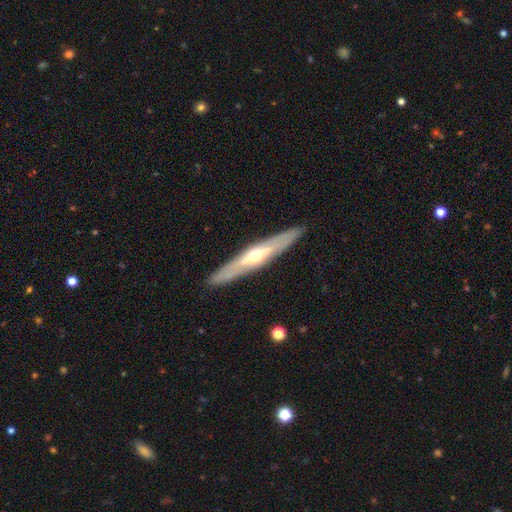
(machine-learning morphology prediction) smooth-or-featured: featured or disk: 70% | smooth: 24% | star or artifact: 5%
  disk-edge-on: yes: 81% | no: 19%
    edge-on-bulge: rounded: 85% | none: 12% | boxy: 3%
  merging: none: 89% | minor disturbance: 8% | major disturbance: 2% | merger: 1%